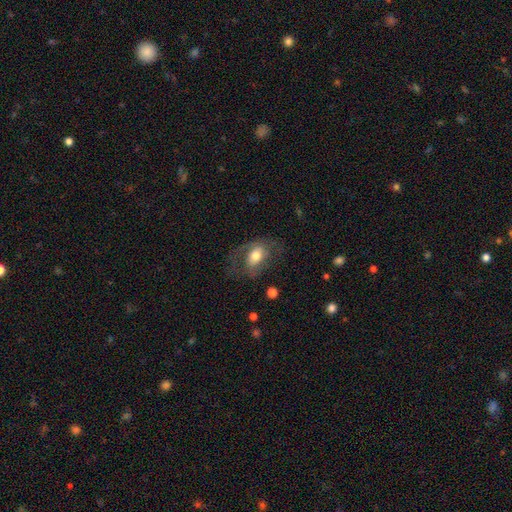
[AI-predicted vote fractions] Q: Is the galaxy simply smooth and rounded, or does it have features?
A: smooth — 52%.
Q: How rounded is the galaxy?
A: in between — 78%.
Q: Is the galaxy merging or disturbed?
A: none — 43%.